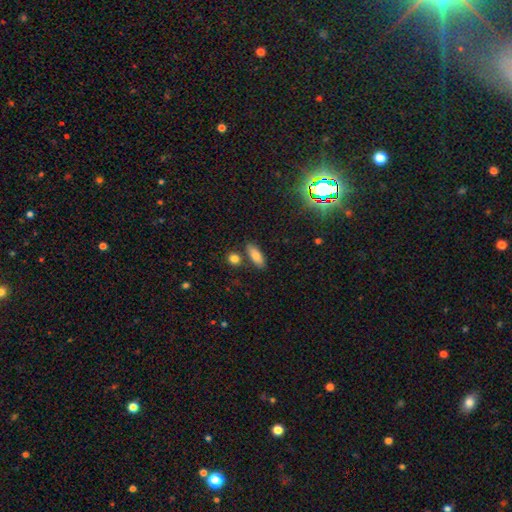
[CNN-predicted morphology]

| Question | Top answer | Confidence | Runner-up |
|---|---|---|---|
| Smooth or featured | smooth | 81% | featured or disk (10%) |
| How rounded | in between | 75% | cigar-shaped (21%) |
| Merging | none | 78% | minor disturbance (11%) |